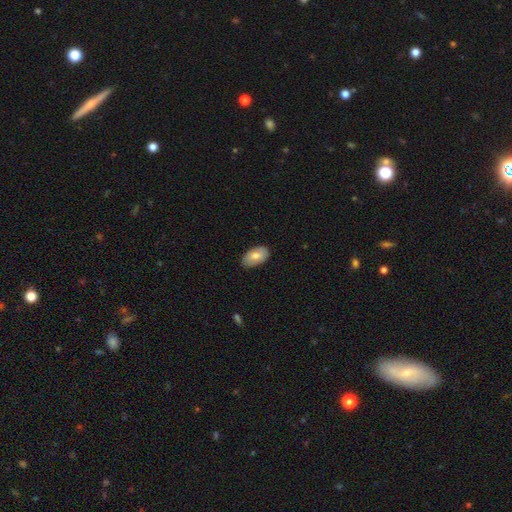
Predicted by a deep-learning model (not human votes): smooth-or-featured: smooth: 77% | featured or disk: 17% | star or artifact: 6%
  how-rounded: in between: 94% | round: 4% | cigar-shaped: 2%
  merging: none: 84% | minor disturbance: 12% | major disturbance: 2% | merger: 1%